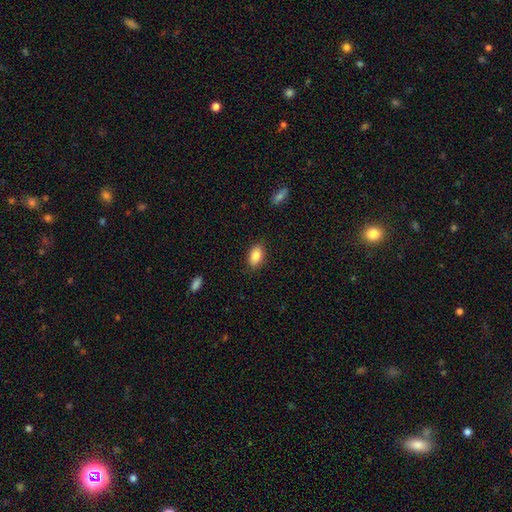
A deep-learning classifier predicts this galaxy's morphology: smooth_or_featured: smooth (p=0.85) [alt: featured or disk p=0.08]
how_rounded: in between (p=0.91) [alt: round p=0.06]
merging: none (p=0.86) [alt: minor disturbance p=0.10]